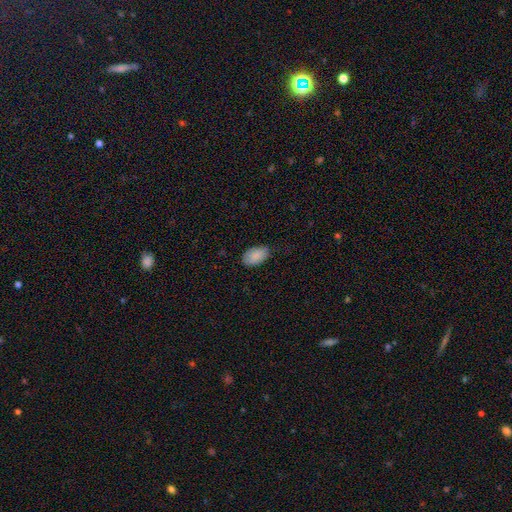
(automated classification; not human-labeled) A smooth galaxy with no disk features (86%) that is in between round and cigar-shaped (93%).

Vote fractions:
- Smooth or featured? smooth: 86% / featured or disk: 7% / star or artifact: 7%
- How rounded? in between: 93% / round: 6% / cigar-shaped: 1%
- Merging? none: 77% / minor disturbance: 19% / major disturbance: 3% / merger: 1%